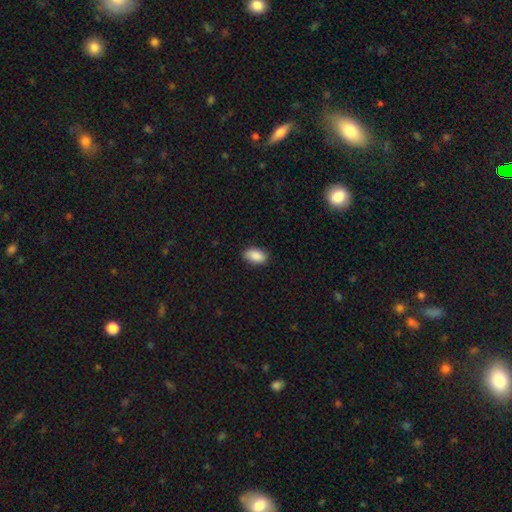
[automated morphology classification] This appears to be a smooth galaxy with no disk features (90%) that is in between round and cigar-shaped (92%). Merging: none (86%).